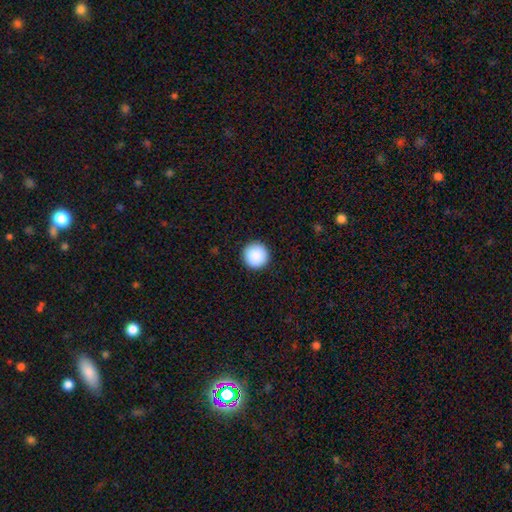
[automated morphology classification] Smooth or featured?
  - smooth: 89% *
  - star or artifact: 8%
  - featured or disk: 3%
How rounded?
  - round: 97% *
  - in between: 2%
  - cigar-shaped: 1%
Merging?
  - none: 93% *
  - minor disturbance: 5%
  - major disturbance: 2%
  - merger: 1%